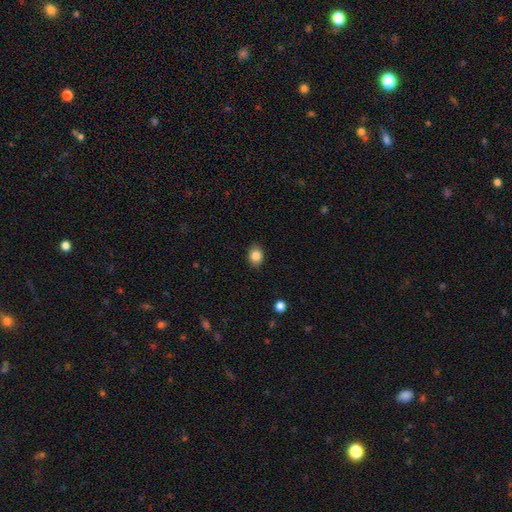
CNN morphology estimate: This is clearly a smooth galaxy (85%). How rounded: possibly in between (52%). Merging: clearly none (88%).